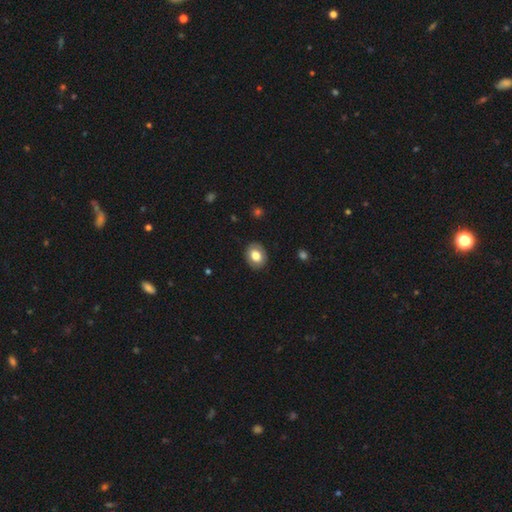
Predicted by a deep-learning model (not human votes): Smooth or featured? smooth (77%)
How rounded? in between (58%)
Merging? none (87%)